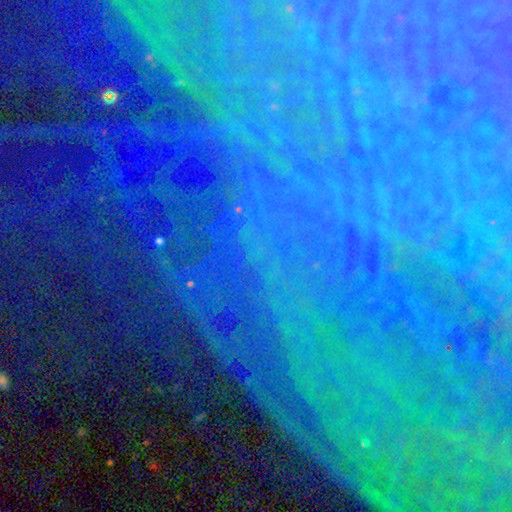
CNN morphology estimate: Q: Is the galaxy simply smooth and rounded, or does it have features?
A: star or artifact — 85%.